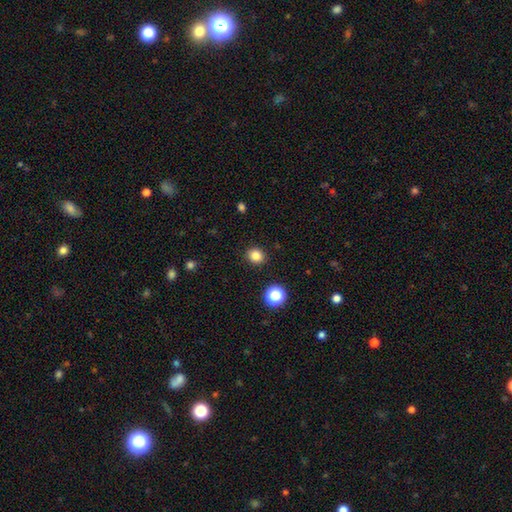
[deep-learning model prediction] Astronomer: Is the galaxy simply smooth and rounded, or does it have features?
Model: smooth — 83%.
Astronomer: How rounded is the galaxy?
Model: round — 76%.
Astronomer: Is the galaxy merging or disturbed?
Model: none — 90%.